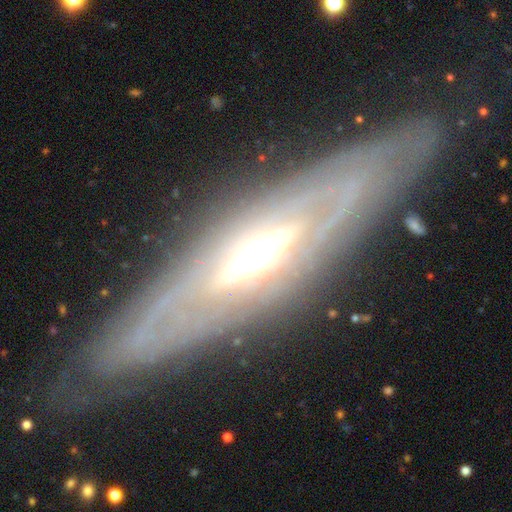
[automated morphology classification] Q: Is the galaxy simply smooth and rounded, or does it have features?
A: featured or disk — 79%.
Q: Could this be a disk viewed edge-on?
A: yes — 70%.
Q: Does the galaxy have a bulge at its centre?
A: rounded — 77%.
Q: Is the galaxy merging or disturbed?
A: none — 78%.